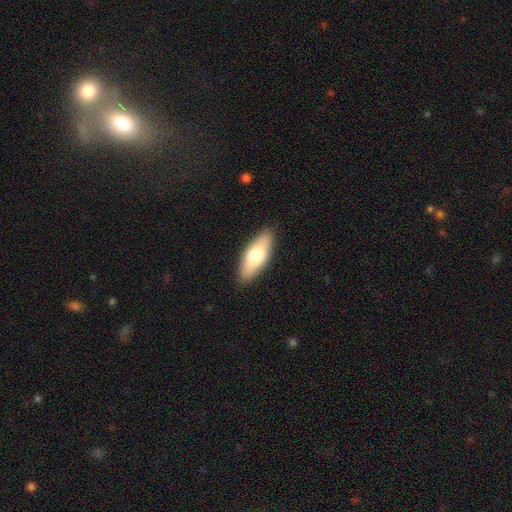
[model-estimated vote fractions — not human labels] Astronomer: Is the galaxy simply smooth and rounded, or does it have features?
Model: smooth — 71%.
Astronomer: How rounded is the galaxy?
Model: in between — 72%.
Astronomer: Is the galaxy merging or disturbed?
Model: none — 88%.